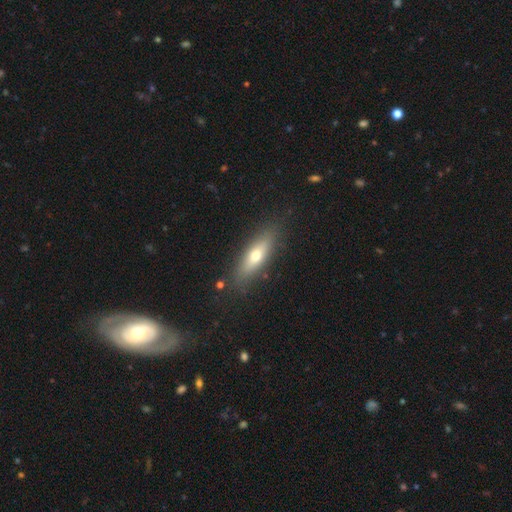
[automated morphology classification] Smooth or featured: smooth — 58% (featured or disk — 35%)
How rounded: cigar-shaped — 53% (in between — 44%)
Merging: none — 84% (minor disturbance — 11%)